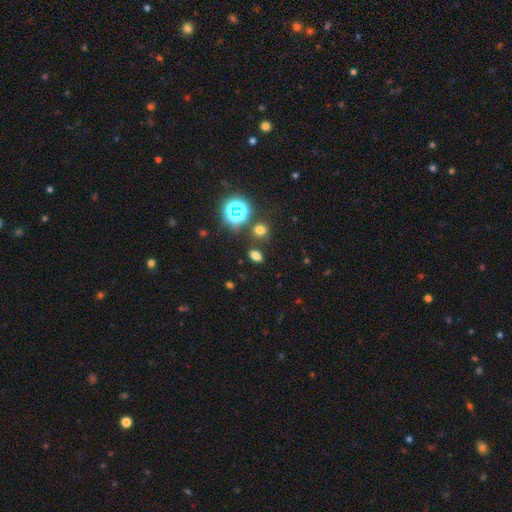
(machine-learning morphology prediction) A smooth galaxy with no disk features (67%) that is in between round and cigar-shaped (78%).

Vote fractions:
- Smooth or featured? smooth: 67% / star or artifact: 26% / featured or disk: 8%
- How rounded? in between: 78% / round: 18% / cigar-shaped: 4%
- Merging? none: 82% / minor disturbance: 9% / merger: 5% / major disturbance: 3%